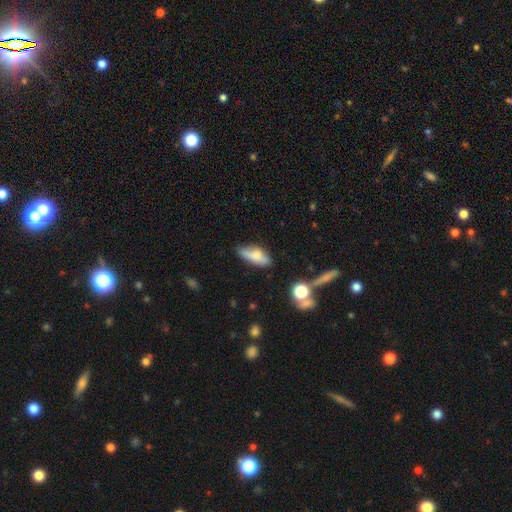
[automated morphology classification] The model was most divided on "how rounded": in between: 67%, cigar-shaped: 30%, round: 3%. More confident: smooth or featured — smooth (71%); merging — none (69%).